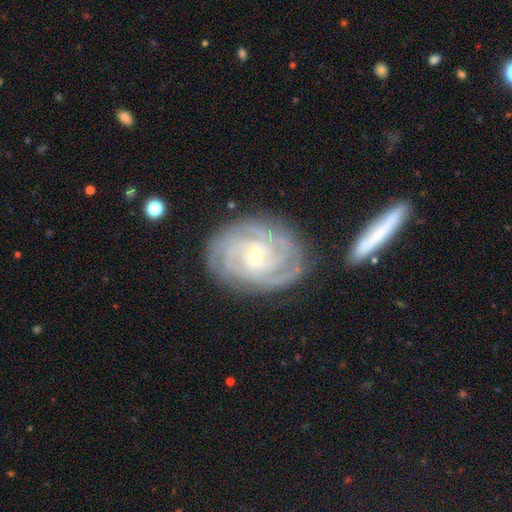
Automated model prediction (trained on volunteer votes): A featured or disk galaxy (89%) with no bar (52%), 4 (31%) tight (80%) spiral arms (98%) and a small central bulge (60%). Merging: none (82%).